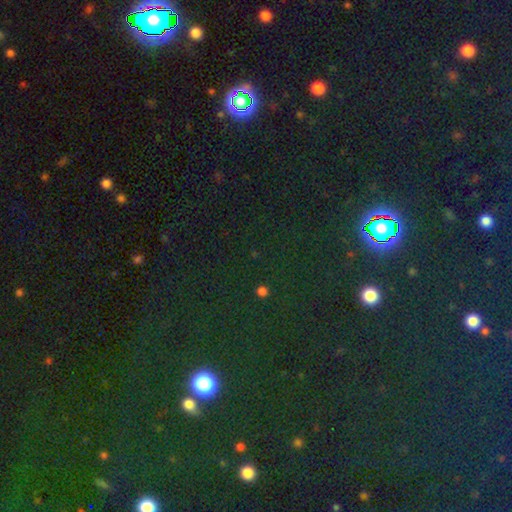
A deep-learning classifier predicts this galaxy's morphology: The model was most divided on "smooth or featured": star or artifact: 76%, smooth: 16%, featured or disk: 8%.